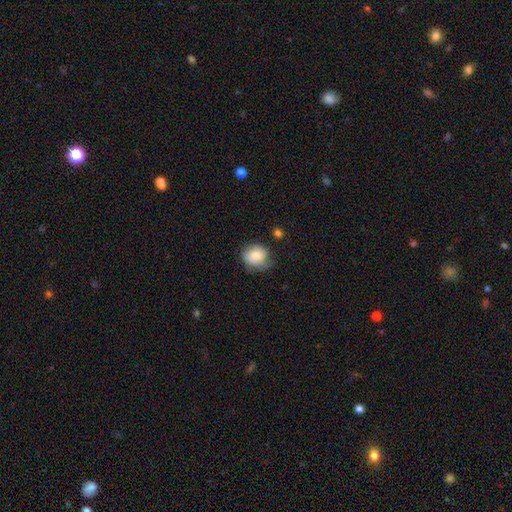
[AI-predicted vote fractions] This is clearly a smooth galaxy (81%). How rounded: likely round (71%). Merging: likely none (61%).